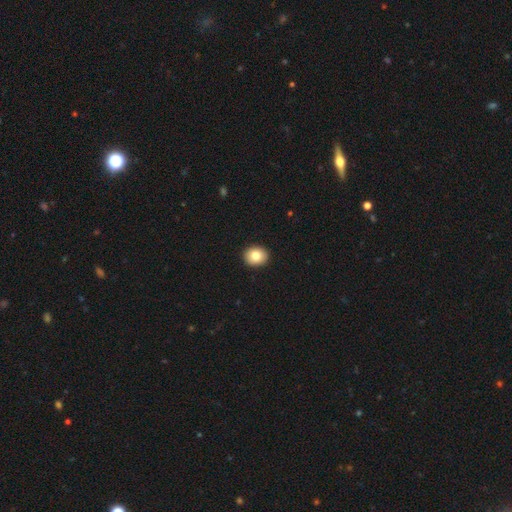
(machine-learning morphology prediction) smooth 82%, featured or disk 10%, star or artifact 8%. Down the decision tree: how rounded — round (65%); merging — none (93%).